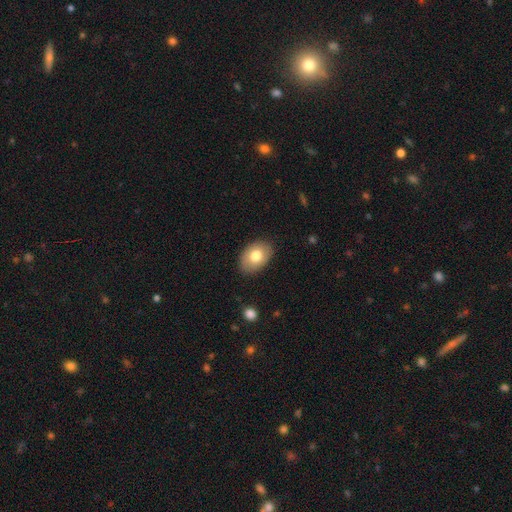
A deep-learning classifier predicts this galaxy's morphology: This appears to be a smooth galaxy with no disk features (75%) that is in between round and cigar-shaped (86%). Merging: none (85%).